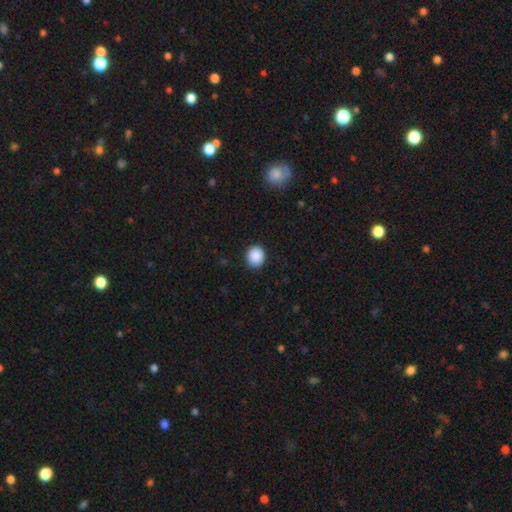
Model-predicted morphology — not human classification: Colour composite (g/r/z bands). It shows a smooth galaxy with no disk features (89%) that is round (75%). Merging: none (88%).